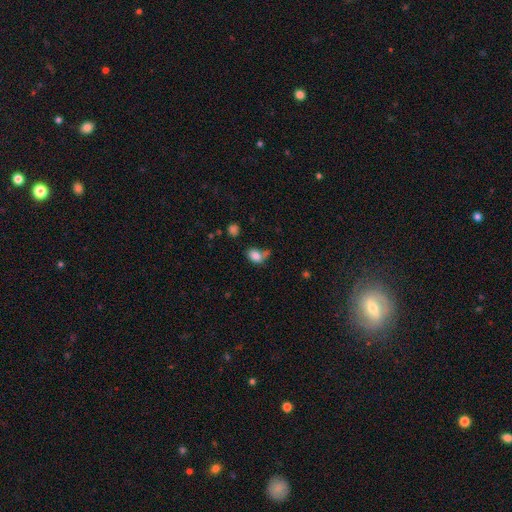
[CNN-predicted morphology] Smooth or featured? Predicted: smooth (p=0.82). How rounded? Predicted: in between (p=0.71). Merging? Predicted: none (p=0.43).